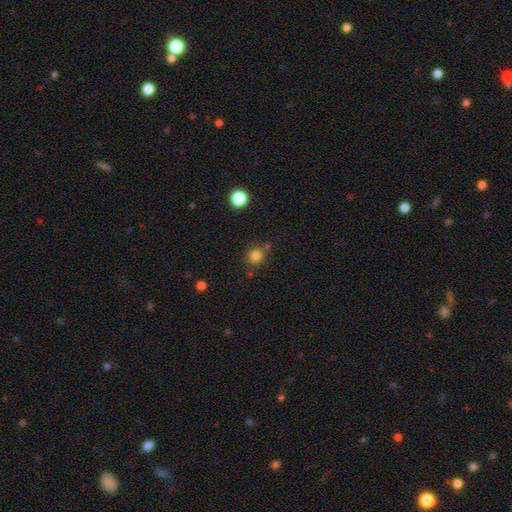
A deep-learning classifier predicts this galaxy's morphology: Smooth or featured? Predicted: smooth (p=0.81). How rounded? Predicted: round (p=0.77). Merging? Predicted: none (p=0.71).